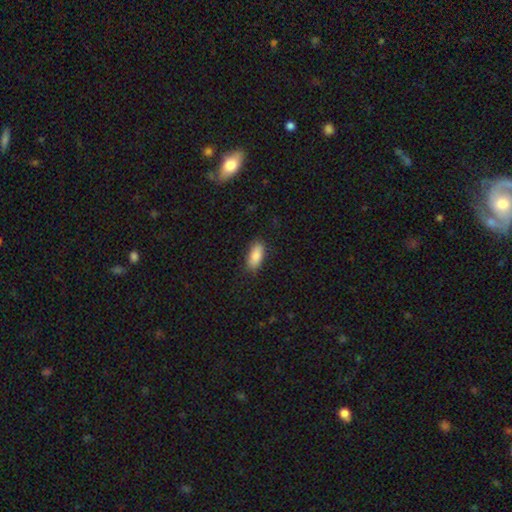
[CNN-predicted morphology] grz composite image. It shows a smooth galaxy with no disk features (86%) that is in between round and cigar-shaped (85%). Merging: none (86%).